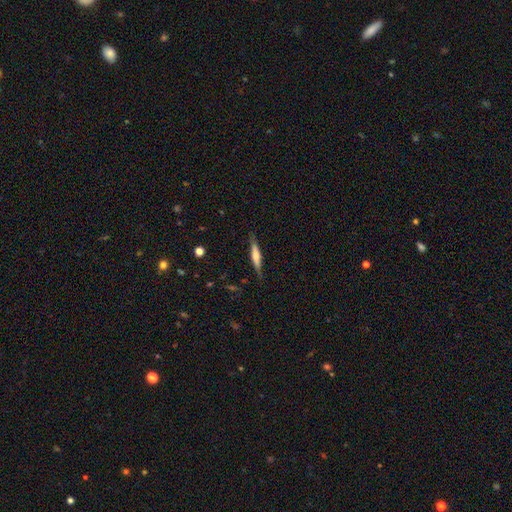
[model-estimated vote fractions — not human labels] Smooth or featured? Predicted: featured or disk (p=0.49). Merging? Predicted: none (p=0.83).